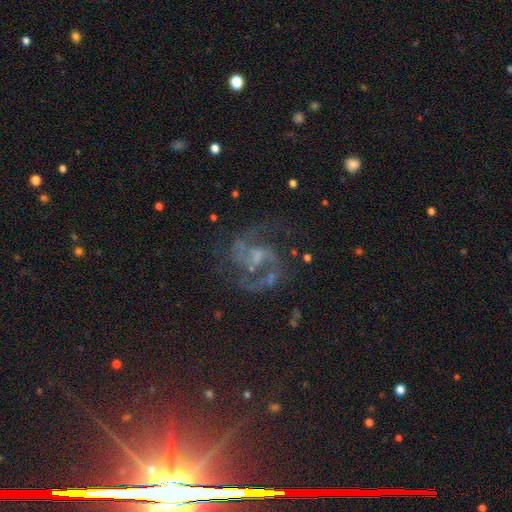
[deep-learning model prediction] Q: Smooth or featured?
A: featured or disk (83%); runner-up: star or artifact (12%)
Q: Edge-on disk?
A: no (98%); runner-up: yes (2%)
Q: Bar?
A: weak (47%); runner-up: no (39%)
Q: Spiral arms?
A: yes (96%); runner-up: no (4%)
Q: Spiral winding?
A: medium (61%); runner-up: loose (22%)
Q: Spiral arm count?
A: 2 (84%); runner-up: can't tell (5%)
Q: Bulge size?
A: small (45%); runner-up: moderate (27%)
Q: Merging?
A: none (66%); runner-up: minor disturbance (16%)